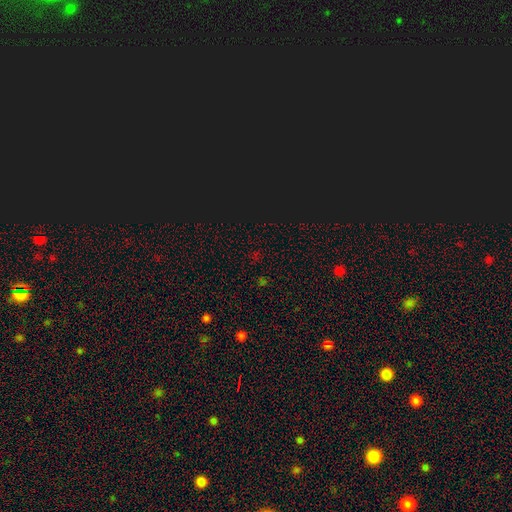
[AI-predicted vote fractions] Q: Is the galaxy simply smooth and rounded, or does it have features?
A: star or artifact — 71%.